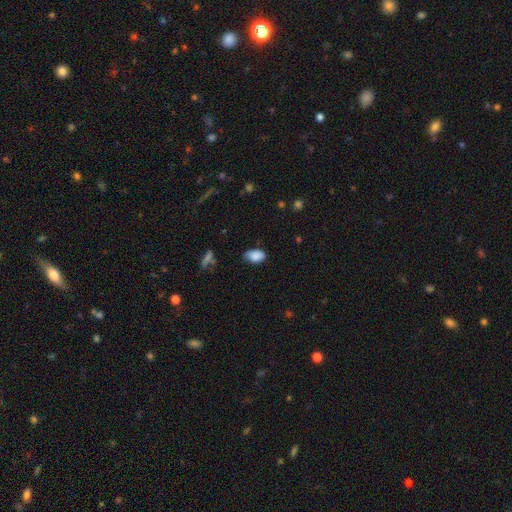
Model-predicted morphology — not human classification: Smooth or featured: smooth — 86% (star or artifact — 8%)
How rounded: in between — 90% (round — 9%)
Merging: none — 68% (minor disturbance — 25%)